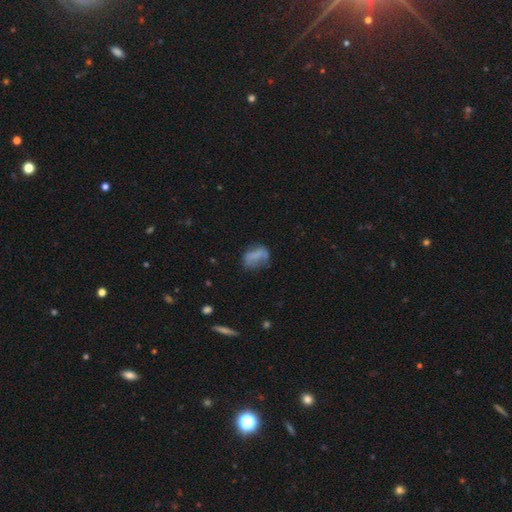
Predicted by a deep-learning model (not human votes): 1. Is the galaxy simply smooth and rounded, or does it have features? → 64% smooth, 24% featured or disk, 12% star or artifact.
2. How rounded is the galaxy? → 81% in between, 15% round, 4% cigar-shaped.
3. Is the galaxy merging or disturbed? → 43% none, 29% minor disturbance, 23% major disturbance, 5% merger.